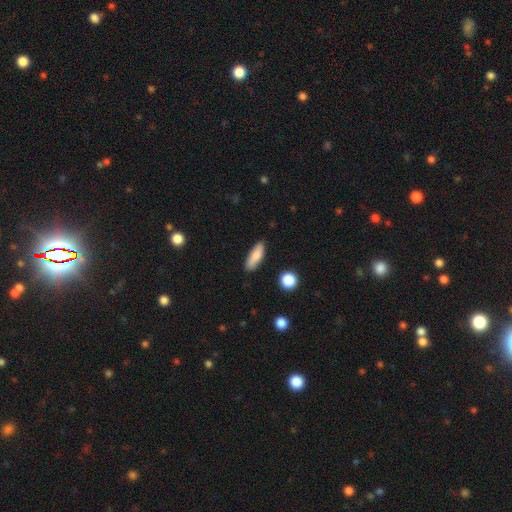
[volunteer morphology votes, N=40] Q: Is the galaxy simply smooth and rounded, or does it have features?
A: smooth — 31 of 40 (78%).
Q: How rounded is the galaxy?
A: in between — 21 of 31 (68%).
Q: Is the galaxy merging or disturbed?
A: none — 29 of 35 (83%).